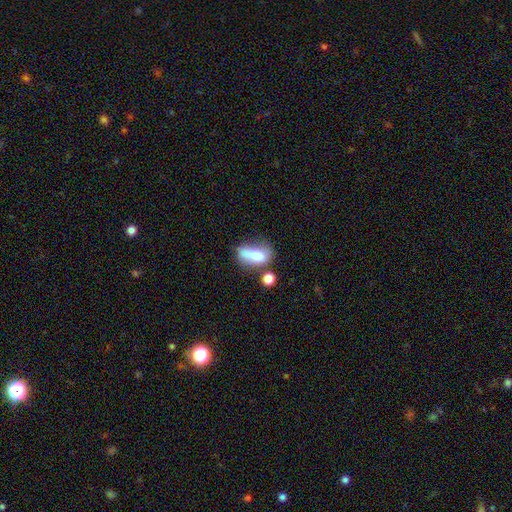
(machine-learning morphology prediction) A smooth galaxy with no disk features (69%) that is in between round and cigar-shaped (78%).

Vote fractions:
- Smooth or featured? smooth: 69% / featured or disk: 21% / star or artifact: 10%
- How rounded? in between: 78% / cigar-shaped: 12% / round: 10%
- Merging? none: 33% / merger: 28% / minor disturbance: 21% / major disturbance: 18%